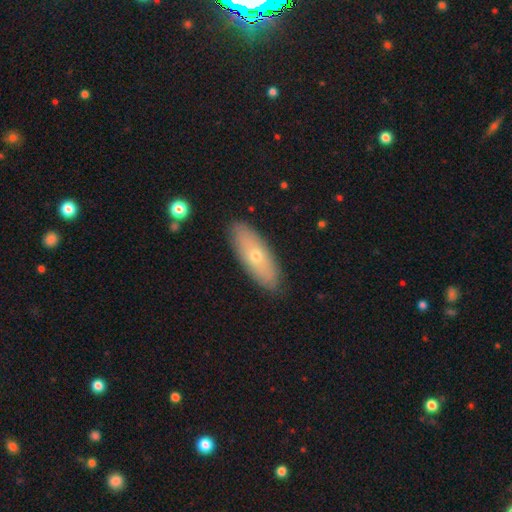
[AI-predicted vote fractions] smooth_or_featured: smooth (p=0.57) [alt: featured or disk p=0.36]
how_rounded: in between (p=0.63) [alt: cigar-shaped p=0.34]
merging: none (p=0.87) [alt: minor disturbance p=0.10]